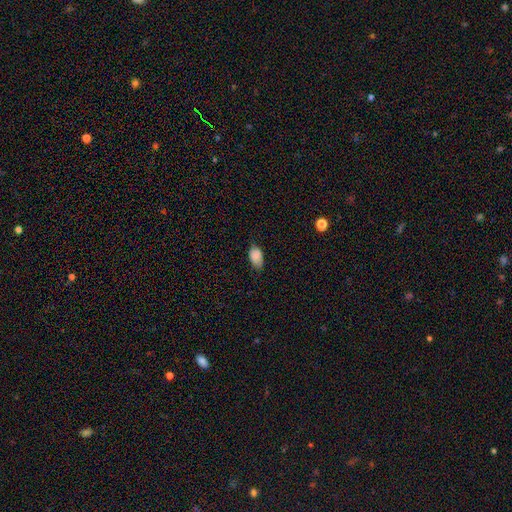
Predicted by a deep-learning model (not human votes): A smooth galaxy with no disk features (86%) that is in between round and cigar-shaped (92%).

Vote fractions:
- Smooth or featured? smooth: 86% / star or artifact: 8% / featured or disk: 6%
- How rounded? in between: 92% / round: 7% / cigar-shaped: 2%
- Merging? none: 66% / minor disturbance: 28% / major disturbance: 5% / merger: 1%